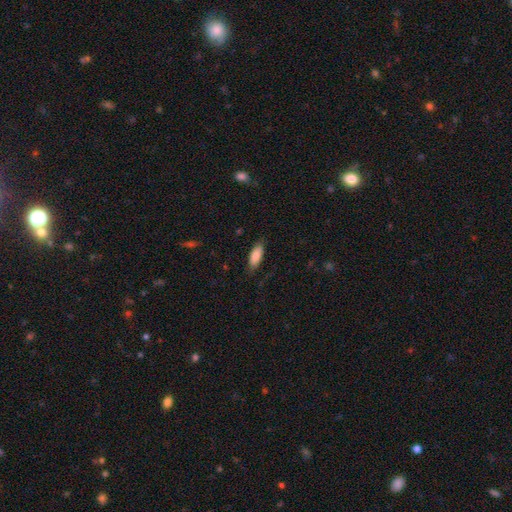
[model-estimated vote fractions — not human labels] Q: Smooth or featured?
A: smooth (85%); runner-up: featured or disk (9%)
Q: How rounded?
A: in between (76%); runner-up: cigar-shaped (22%)
Q: Merging?
A: none (79%); runner-up: minor disturbance (16%)